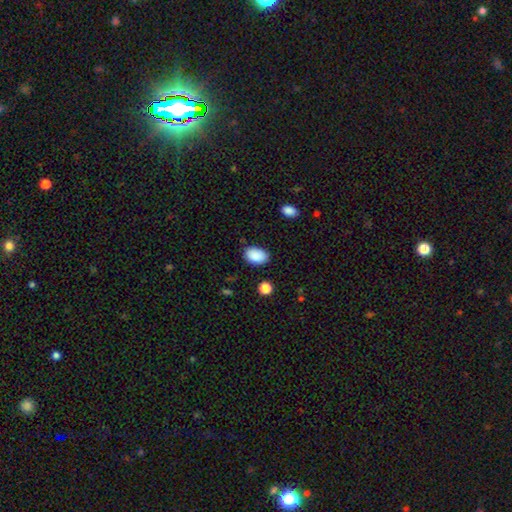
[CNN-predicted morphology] This appears to be a smooth galaxy with no disk features (89%) that is in between round and cigar-shaped (90%). Merging: none (81%).